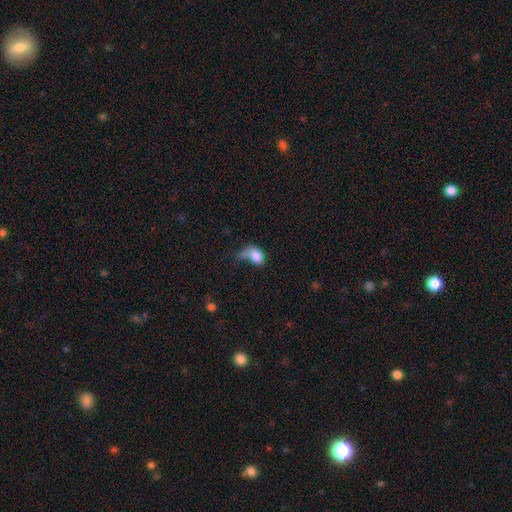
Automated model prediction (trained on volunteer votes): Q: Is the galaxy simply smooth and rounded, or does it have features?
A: smooth — 77%.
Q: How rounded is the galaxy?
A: in between — 83%.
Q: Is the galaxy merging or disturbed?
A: major disturbance — 40%.